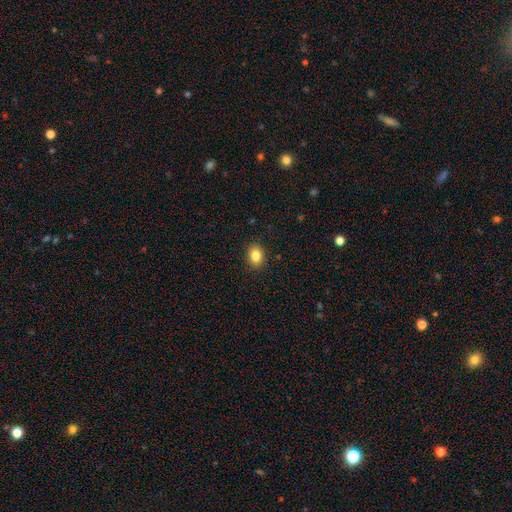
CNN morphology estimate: Smooth or featured?
  - smooth: 84% *
  - star or artifact: 10%
  - featured or disk: 6%
How rounded?
  - in between: 65% *
  - round: 34%
  - cigar-shaped: 1%
Merging?
  - none: 90% *
  - minor disturbance: 7%
  - major disturbance: 2%
  - merger: 1%